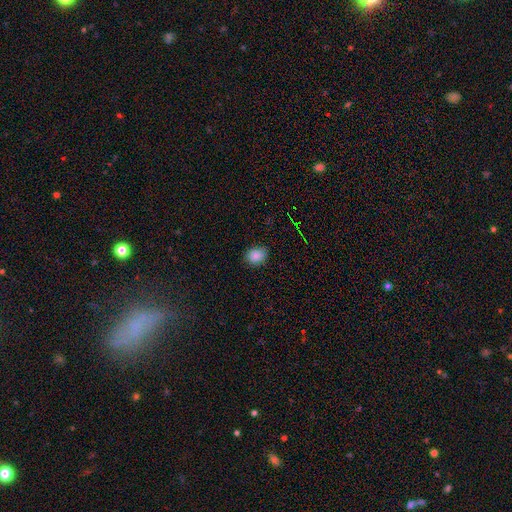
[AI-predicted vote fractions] The model was most divided on "how rounded": round: 53%, in between: 46%, cigar-shaped: 1%. More confident: smooth or featured — smooth (86%); merging — none (81%).